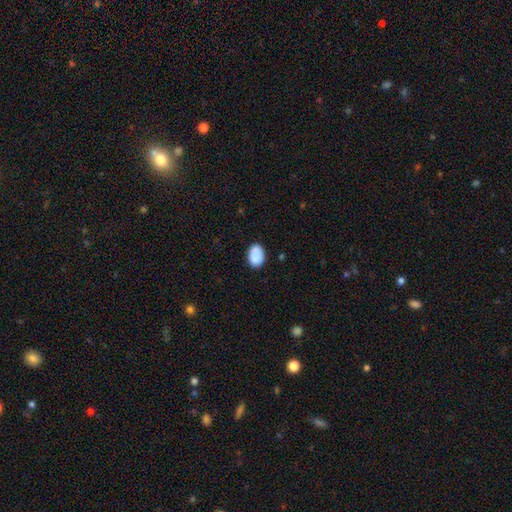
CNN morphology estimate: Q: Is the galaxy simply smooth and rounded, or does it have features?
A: smooth — 80%.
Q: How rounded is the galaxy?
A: in between — 77%.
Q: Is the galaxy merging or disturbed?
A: none — 65%.